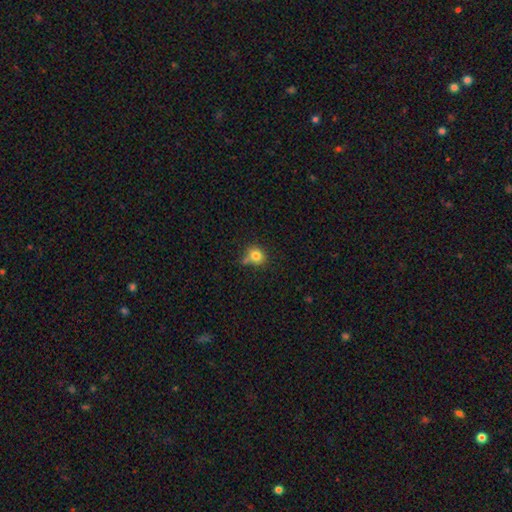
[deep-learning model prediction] Smooth or featured? Predicted: smooth (p=0.81). How rounded? Predicted: round (p=0.77). Merging? Predicted: none (p=0.56).